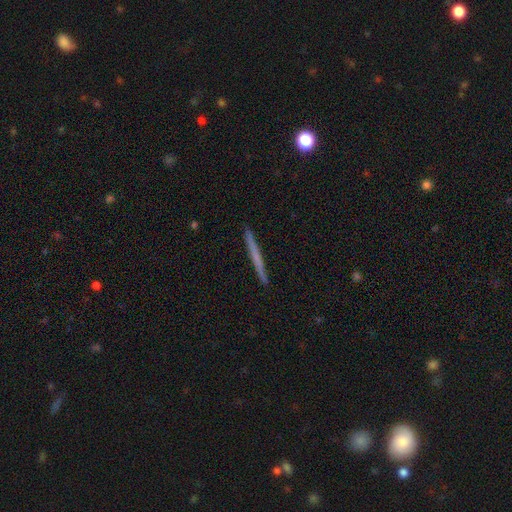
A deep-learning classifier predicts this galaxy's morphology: Smooth or featured: smooth — 51% (featured or disk — 43%)
How rounded: cigar-shaped — 97% (in between — 2%)
Merging: none — 93% (minor disturbance — 5%)